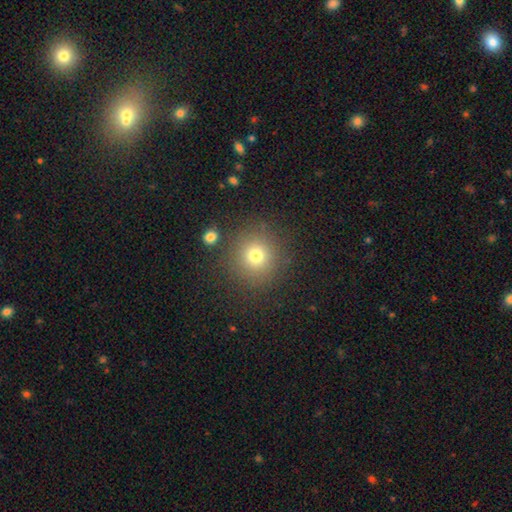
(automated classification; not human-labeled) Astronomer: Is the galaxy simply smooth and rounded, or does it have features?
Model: smooth — 75%.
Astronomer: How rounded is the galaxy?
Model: round — 92%.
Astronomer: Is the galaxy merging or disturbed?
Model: none — 85%.